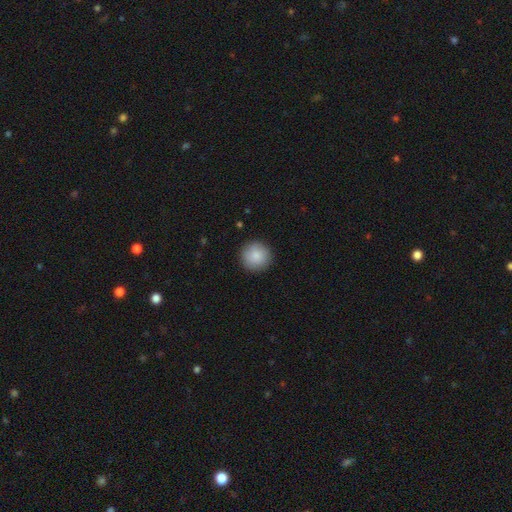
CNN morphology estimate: type=smooth (87%); roundness=round (95%); merging=none (90%).